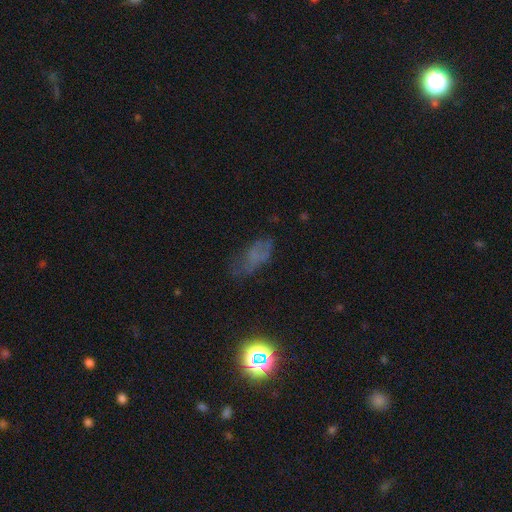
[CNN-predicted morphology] Smooth or featured? smooth (45%)
Merging? none (52%)